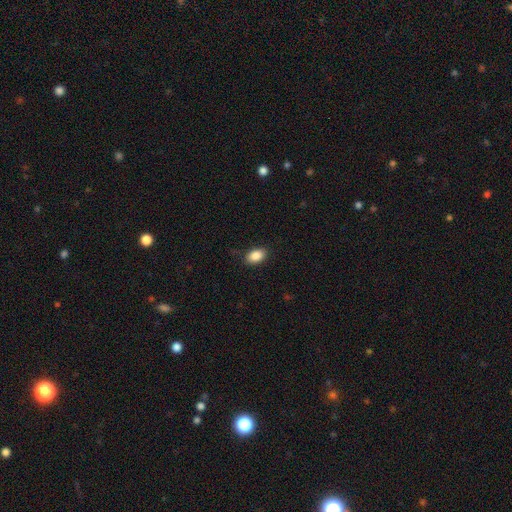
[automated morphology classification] type=smooth (88%); roundness=in between (89%); merging=none (85%).